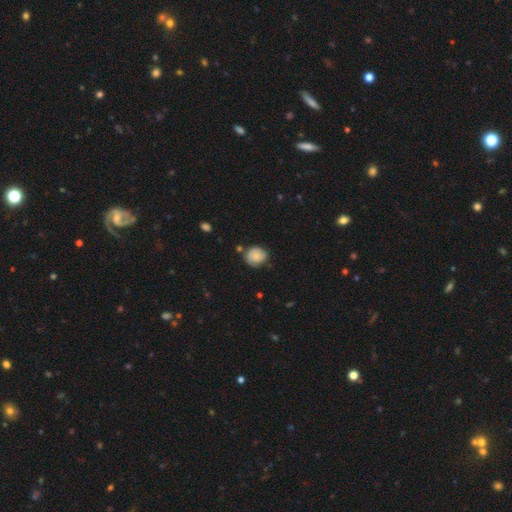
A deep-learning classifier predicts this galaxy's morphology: Smooth or featured: smooth — 77% (featured or disk — 15%)
How rounded: round — 76% (in between — 23%)
Merging: none — 68% (minor disturbance — 23%)